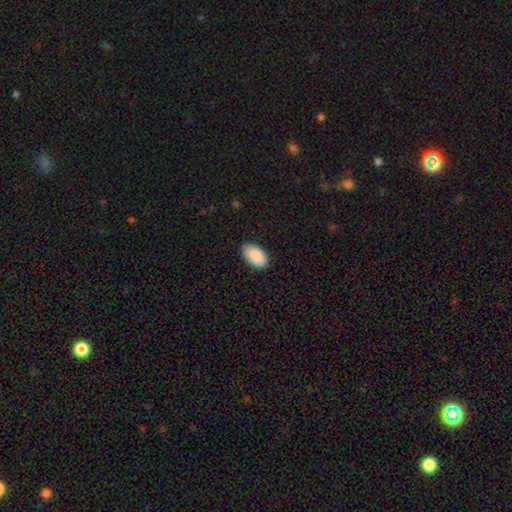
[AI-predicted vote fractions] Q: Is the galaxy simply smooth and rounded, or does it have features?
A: smooth — 89%.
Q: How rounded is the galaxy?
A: in between — 95%.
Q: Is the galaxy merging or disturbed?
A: none — 87%.